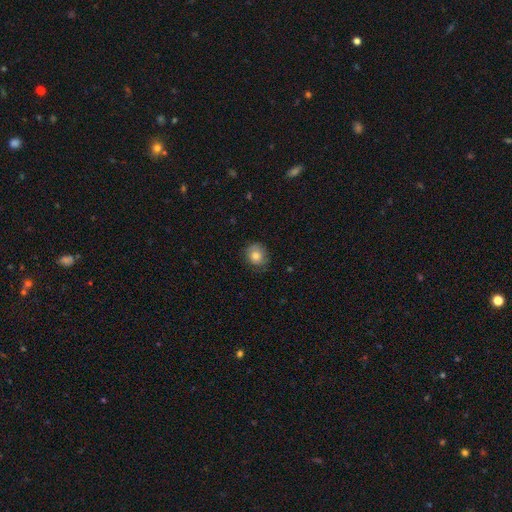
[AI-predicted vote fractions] Overall: smooth (74%). How rounded: round (83%). Merging: none (76%).